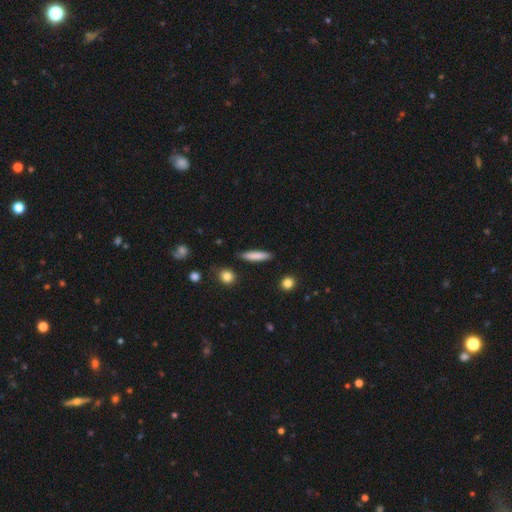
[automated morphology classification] smooth_or_featured: smooth (p=0.81) [alt: featured or disk p=0.12]
how_rounded: cigar-shaped (p=0.85) [alt: in between p=0.13]
merging: none (p=0.88) [alt: minor disturbance p=0.08]